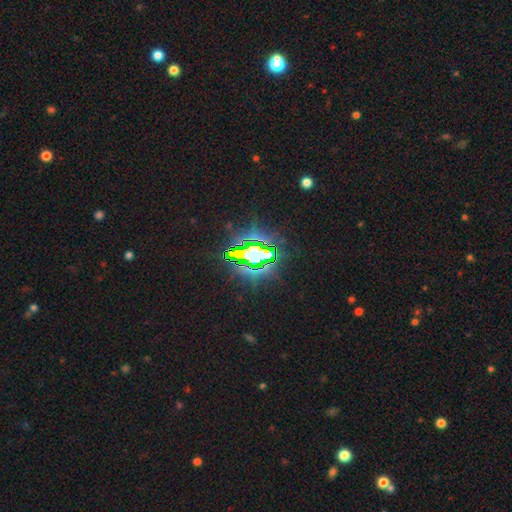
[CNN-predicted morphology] Smooth or featured? star or artifact (78%)